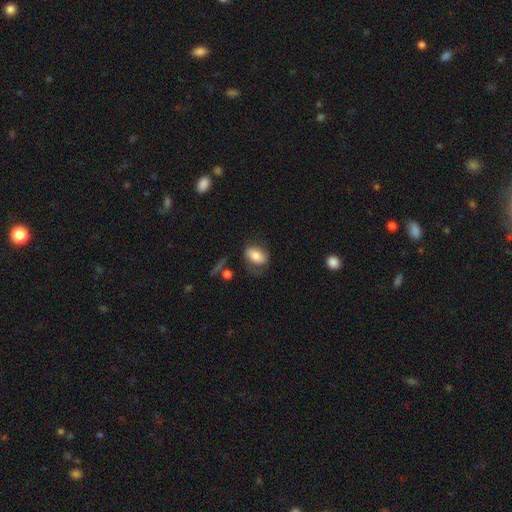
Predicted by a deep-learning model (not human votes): Overall: smooth (74%). How rounded: in between (86%). Merging: none (61%; minor disturbance 23%).